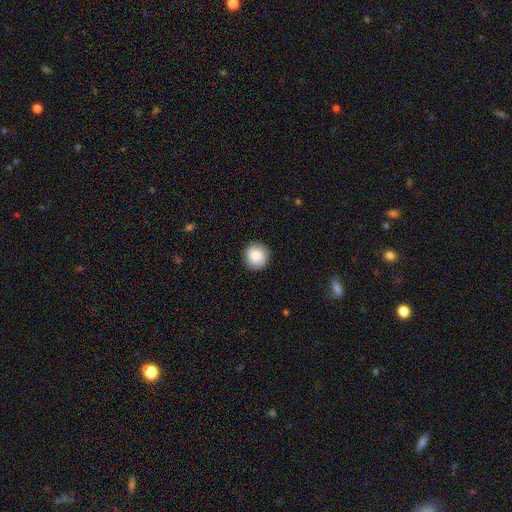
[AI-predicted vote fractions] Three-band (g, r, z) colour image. It shows a smooth galaxy with no disk features (82%) that is round (92%). Merging: none (88%).